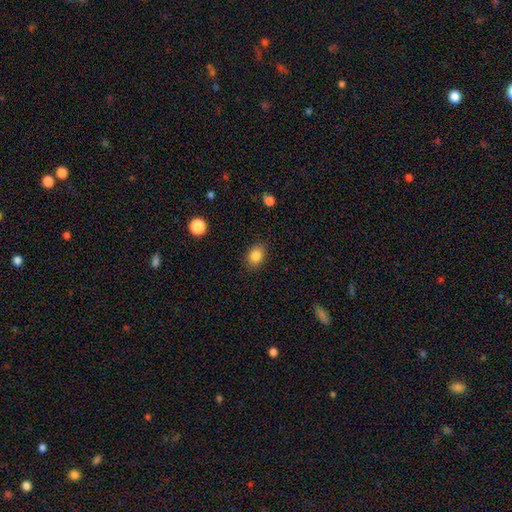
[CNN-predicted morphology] Smooth or featured: smooth — 85% (star or artifact — 9%)
How rounded: in between — 68% (round — 30%)
Merging: none — 84% (minor disturbance — 12%)